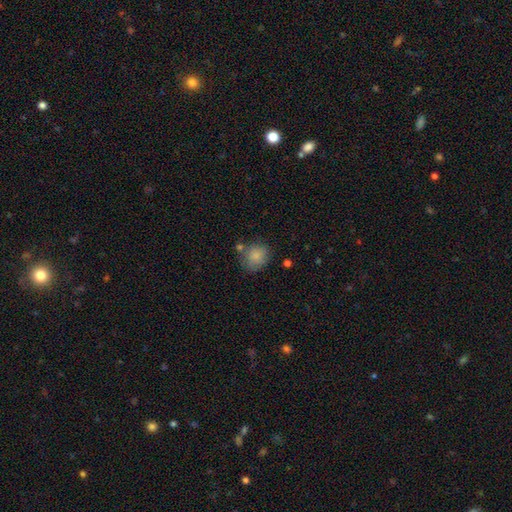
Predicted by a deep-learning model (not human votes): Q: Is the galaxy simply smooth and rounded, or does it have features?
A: smooth — 83%.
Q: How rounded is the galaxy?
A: round — 73%.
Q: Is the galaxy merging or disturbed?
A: none — 62%.